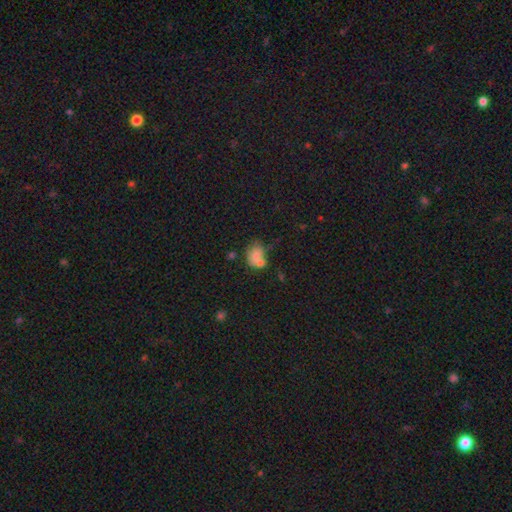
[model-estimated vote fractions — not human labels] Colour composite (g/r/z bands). It shows a smooth galaxy with no disk features (69%) that is in between round and cigar-shaped (62%). Merging: merger (40%).